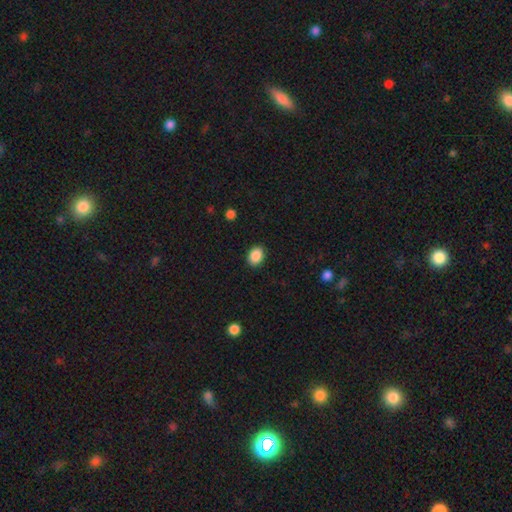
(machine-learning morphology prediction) Smooth or featured? smooth (88%)
How rounded? in between (63%)
Merging? none (89%)